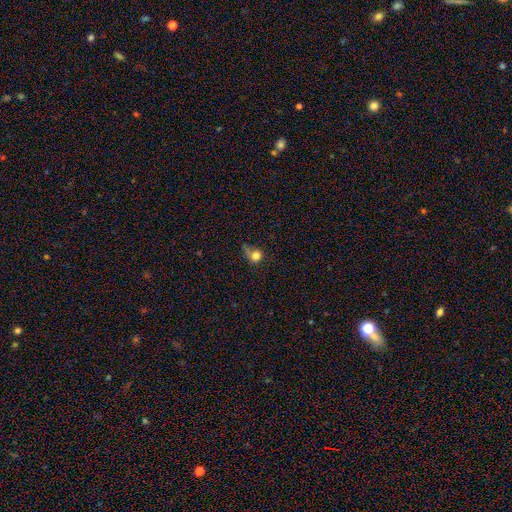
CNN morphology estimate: smooth_or_featured: smooth (p=0.76) [alt: star or artifact p=0.13]
how_rounded: round (p=0.80) [alt: in between p=0.19]
merging: none (p=0.39) [alt: minor disturbance p=0.28]